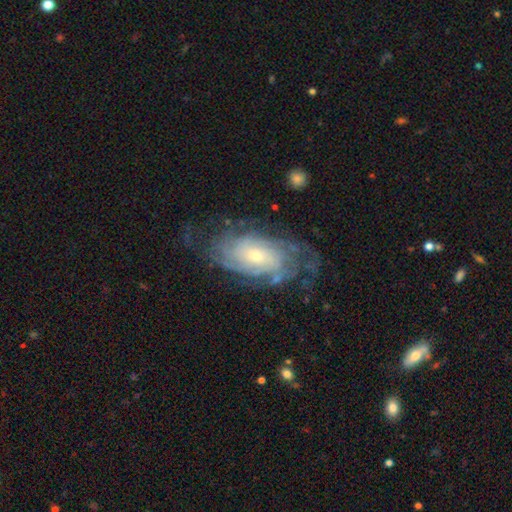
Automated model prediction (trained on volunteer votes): Smooth or featured: featured or disk — 83% (smooth — 11%)
Edge-on disk: no — 95% (yes — 5%)
Bar: no — 68% (weak — 26%)
Spiral arms: yes — 94% (no — 6%)
Spiral winding: tight — 69% (medium — 24%)
Spiral arm count: can't tell — 48% (4 — 15%)
Bulge size: small — 54% (moderate — 40%)
Merging: none — 67% (minor disturbance — 19%)